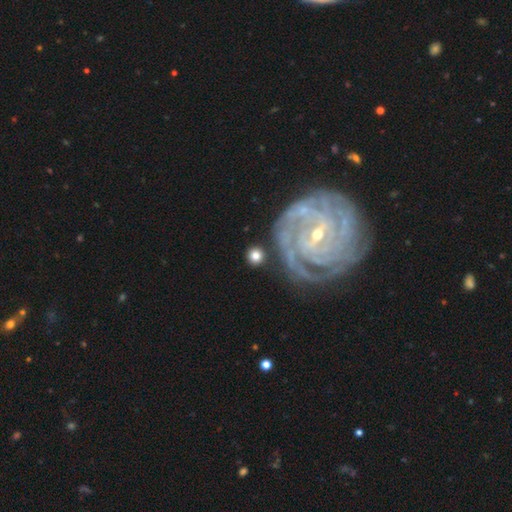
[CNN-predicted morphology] Smooth or featured? Predicted: smooth (p=0.67). How rounded? Predicted: round (p=0.88). Merging? Predicted: none (p=0.82).